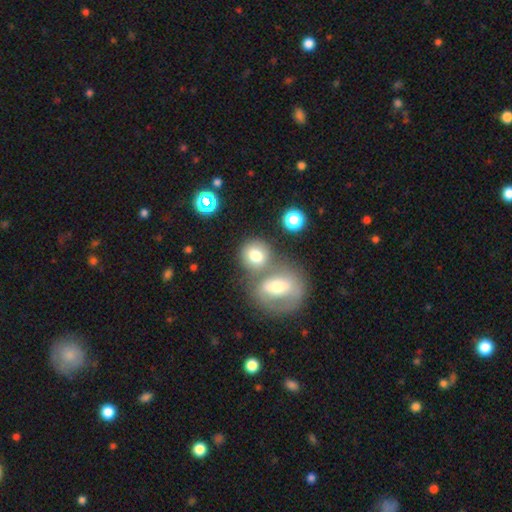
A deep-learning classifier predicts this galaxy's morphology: smooth 72%, featured or disk 18%, star or artifact 10%. Down the decision tree: how rounded — round (78%); merging — merger (44%).